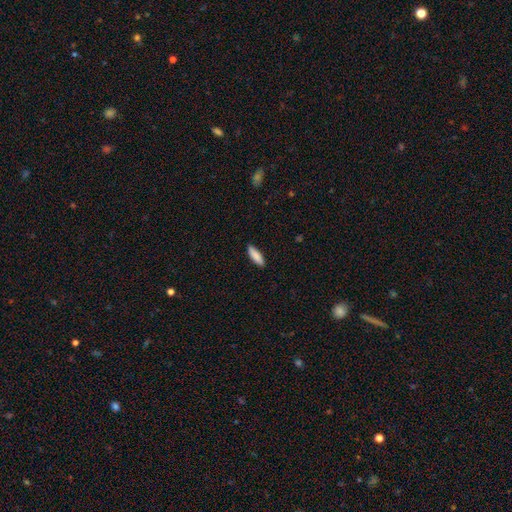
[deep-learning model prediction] Smooth or featured: smooth — 88% (featured or disk — 7%)
How rounded: cigar-shaped — 56% (in between — 42%)
Merging: none — 88% (minor disturbance — 9%)